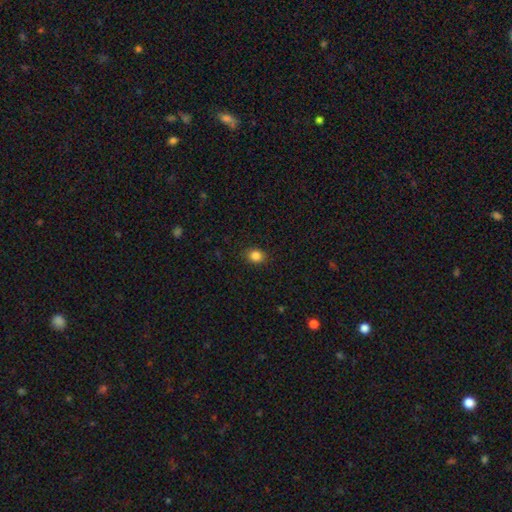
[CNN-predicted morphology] A smooth galaxy with no disk features (86%) that is round (57%). Merging: none (88%).